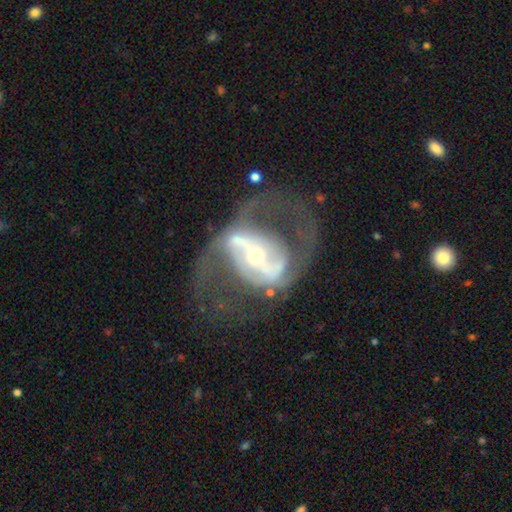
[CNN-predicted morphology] The model was most divided on "bulge size": small: 52%, moderate: 41%, large: 5%, dominant: 1%, none: 1%. Remaining: edge-on disk — no (96%); smooth or featured — featured or disk (85%); spiral arm count — 2 (79%); spiral arms — yes (79%); spiral winding — medium (50%); merging — none (46%); bar — strong (45%).